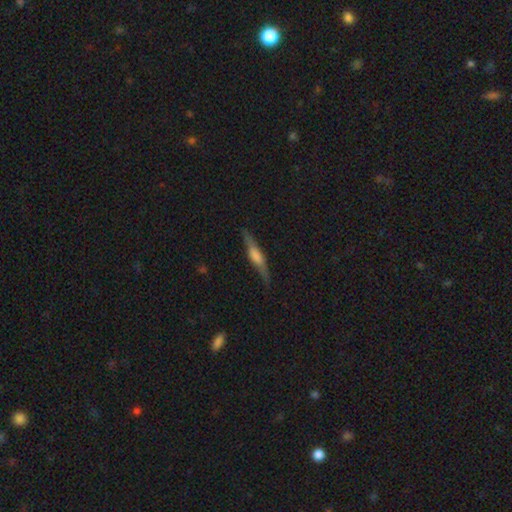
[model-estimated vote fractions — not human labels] Smooth or featured? Predicted: featured or disk (p=0.58). Edge-on disk? Predicted: yes (p=0.93). Edge-on bulge? Predicted: rounded (p=0.49). Merging? Predicted: none (p=0.82).